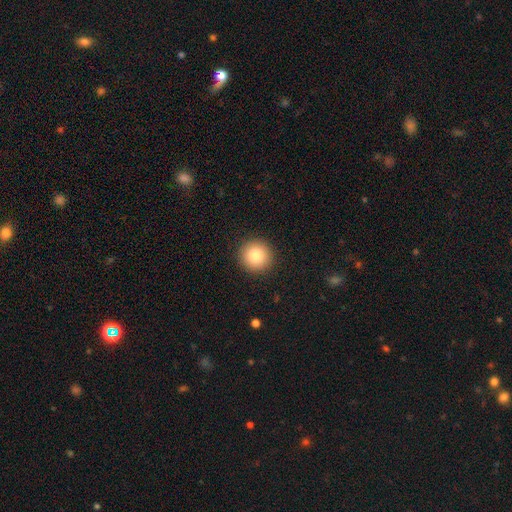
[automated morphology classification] Overall: smooth (84%). How rounded: round (95%). Merging: none (92%).